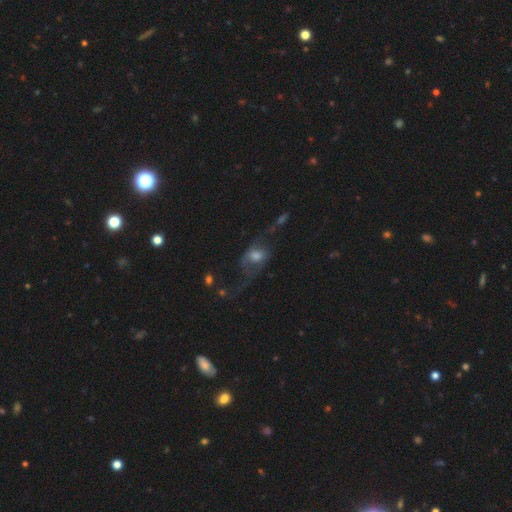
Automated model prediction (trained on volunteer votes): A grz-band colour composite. It shows a featured or disk galaxy (56%). Merging: none (38%).